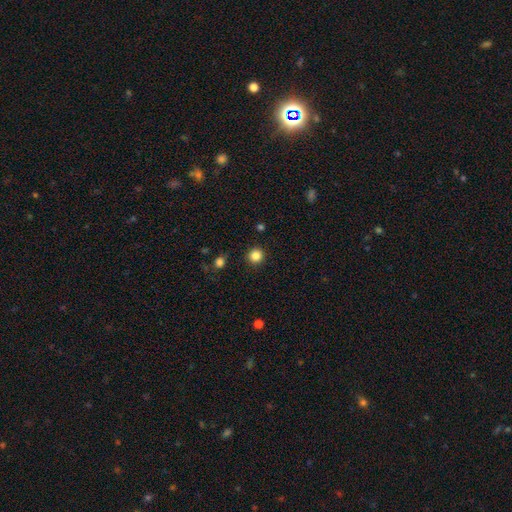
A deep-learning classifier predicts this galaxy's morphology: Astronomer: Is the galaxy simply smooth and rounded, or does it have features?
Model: smooth — 85%.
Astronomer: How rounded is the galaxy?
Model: round — 94%.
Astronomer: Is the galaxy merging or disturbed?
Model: none — 91%.